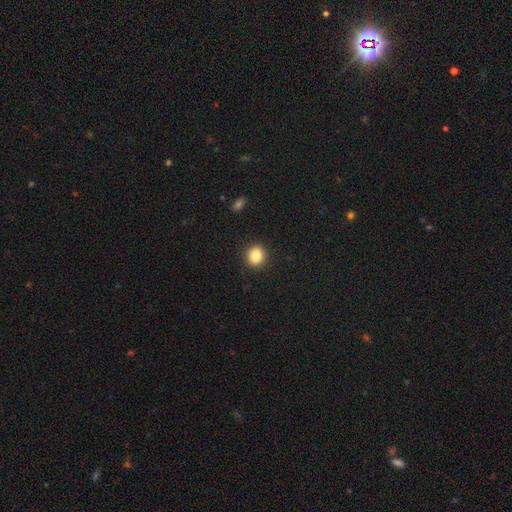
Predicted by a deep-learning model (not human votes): Smooth or featured? smooth (85%)
How rounded? round (84%)
Merging? none (92%)